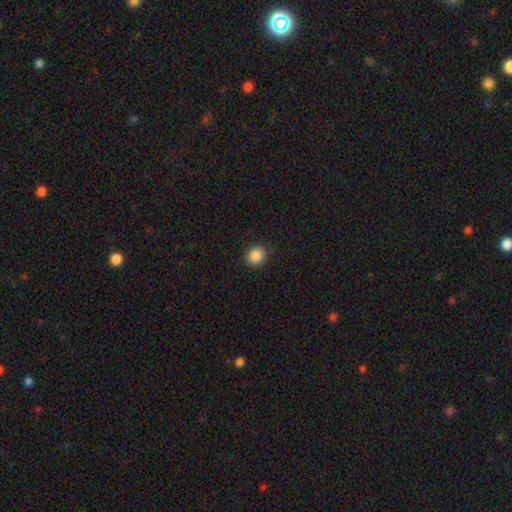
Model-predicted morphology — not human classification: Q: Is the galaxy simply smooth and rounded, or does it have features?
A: smooth — 86%.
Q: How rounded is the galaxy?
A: round — 86%.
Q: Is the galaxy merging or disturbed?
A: none — 89%.